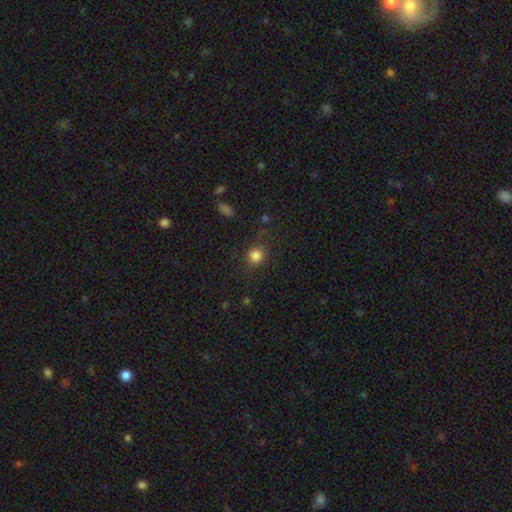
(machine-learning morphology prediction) smooth 83%, star or artifact 12%, featured or disk 5%. Down the decision tree: how rounded — round (86%); merging — none (79%).